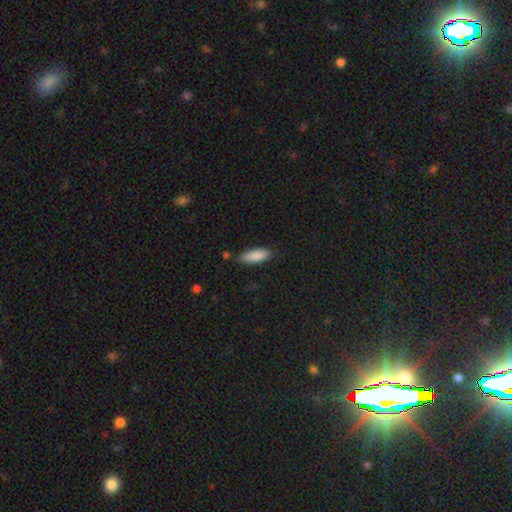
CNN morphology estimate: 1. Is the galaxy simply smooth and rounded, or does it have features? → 88% smooth, 6% star or artifact, 5% featured or disk.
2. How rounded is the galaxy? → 66% in between, 32% cigar-shaped, 2% round.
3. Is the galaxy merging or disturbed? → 80% none, 14% minor disturbance, 3% major disturbance, 3% merger.